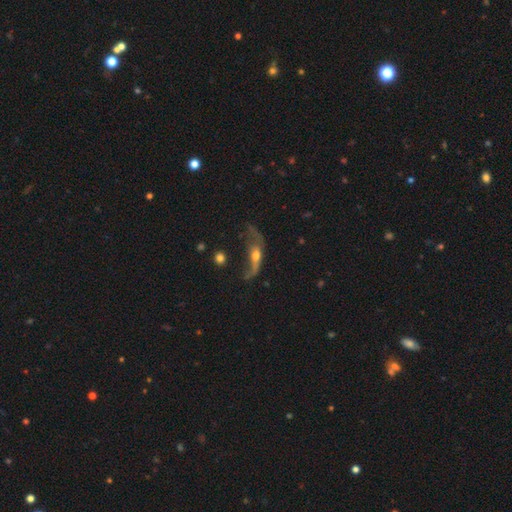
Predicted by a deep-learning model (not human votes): Smooth or featured? featured or disk (55%)
Edge-on disk? no (68%)
Merging? major disturbance (53%)